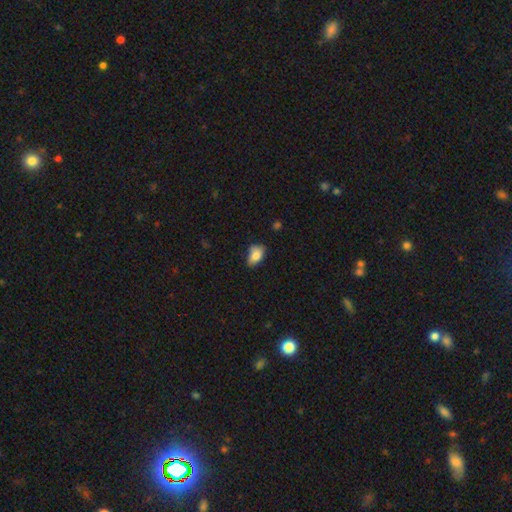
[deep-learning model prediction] smooth 81%, featured or disk 10%, star or artifact 8%. Down the decision tree: how rounded — in between (85%); merging — none (60%).